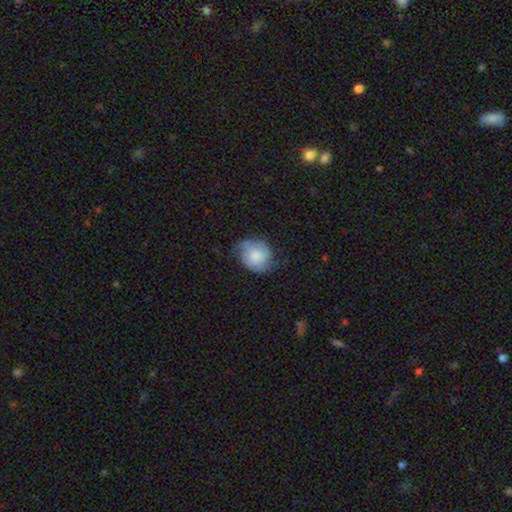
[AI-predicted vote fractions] A smooth galaxy with no disk features (49%).

Vote fractions:
- Smooth or featured? smooth: 49% / featured or disk: 44% / star or artifact: 7%
- Merging? none: 55% / minor disturbance: 31% / major disturbance: 12% / merger: 1%